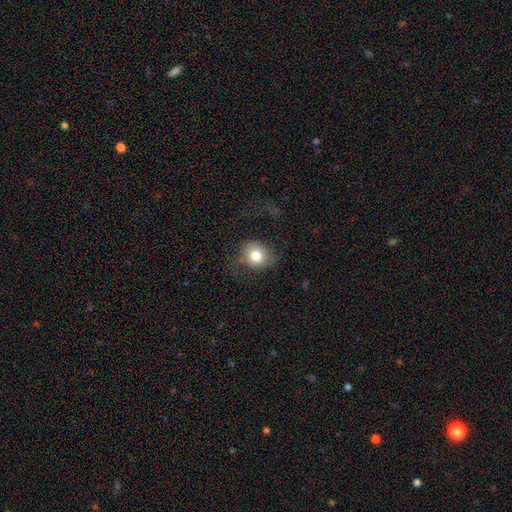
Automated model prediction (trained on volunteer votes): A smooth galaxy with no disk features (76%) that is round (73%).

Vote fractions:
- Smooth or featured? smooth: 76% / featured or disk: 15% / star or artifact: 9%
- How rounded? round: 73% / in between: 26% / cigar-shaped: 1%
- Merging? none: 57% / major disturbance: 21% / minor disturbance: 20% / merger: 2%